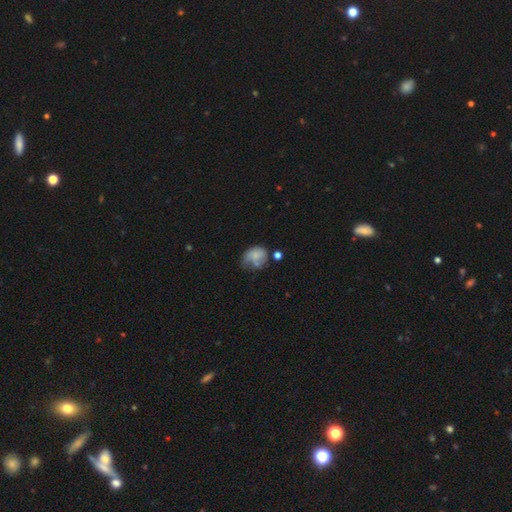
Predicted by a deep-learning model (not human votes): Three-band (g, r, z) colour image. It shows a smooth galaxy with no disk features (61%) that is in between round and cigar-shaped (56%). Merging: minor disturbance (32%).